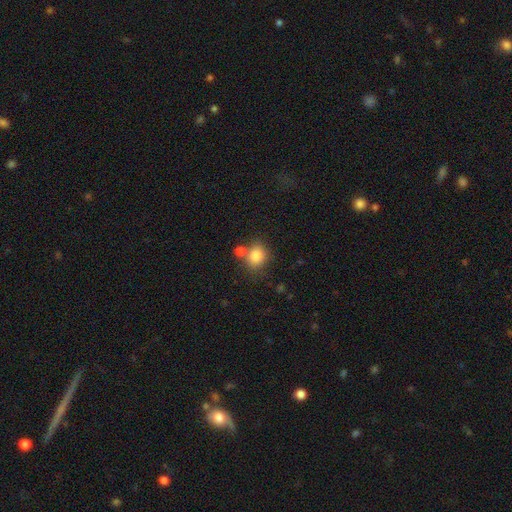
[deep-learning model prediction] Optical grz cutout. It shows a smooth galaxy with no disk features (83%) that is round (71%). Merging: none (61%).